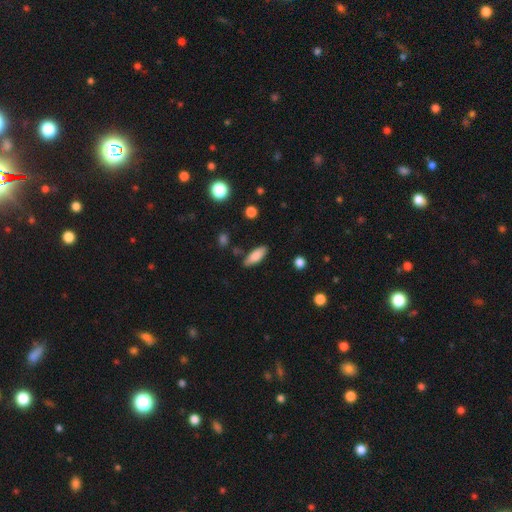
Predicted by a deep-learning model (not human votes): Smooth or featured: smooth — 81% (featured or disk — 12%)
How rounded: in between — 70% (cigar-shaped — 27%)
Merging: none — 81% (minor disturbance — 13%)